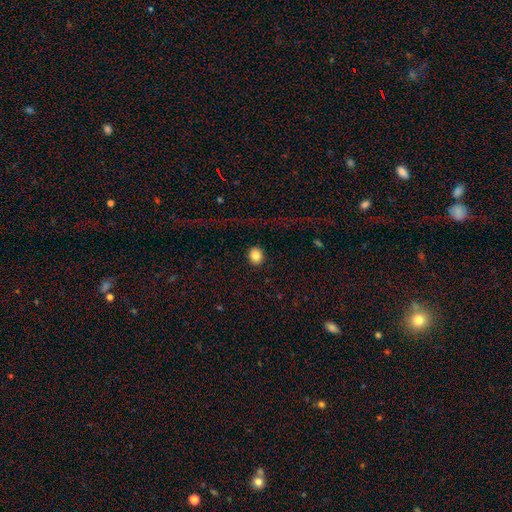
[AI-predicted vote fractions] Overall: smooth (85%). How rounded: round (87%). Merging: none (91%).